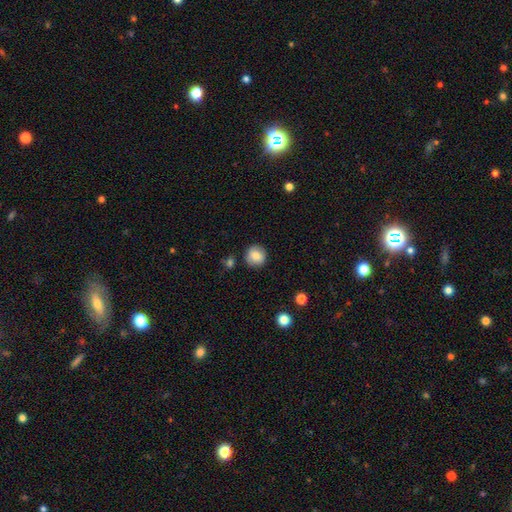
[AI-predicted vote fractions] smooth_or_featured: smooth (p=0.81) [alt: featured or disk p=0.10]
how_rounded: round (p=0.93) [alt: in between p=0.06]
merging: none (p=0.88) [alt: minor disturbance p=0.08]